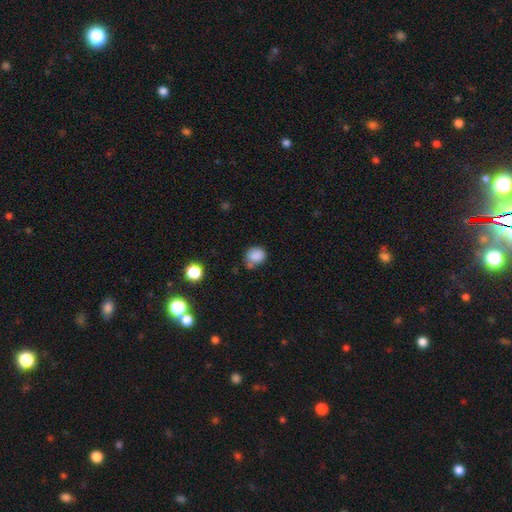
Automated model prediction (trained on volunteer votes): This appears to be a smooth galaxy with no disk features (84%) that is round (62%). Merging: none (55%).